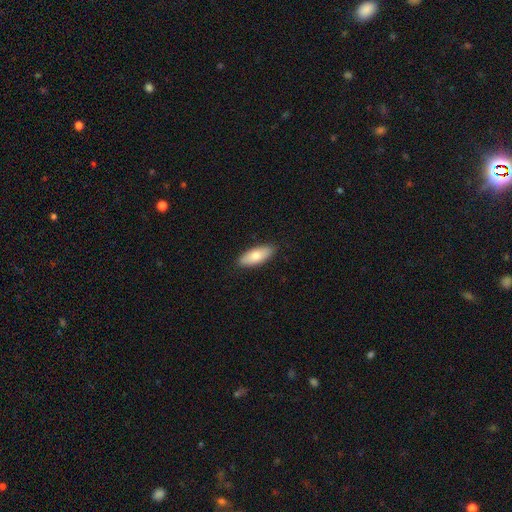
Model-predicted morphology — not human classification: This is likely a smooth galaxy (77%). How rounded: likely in between (78%). Merging: clearly none (88%).